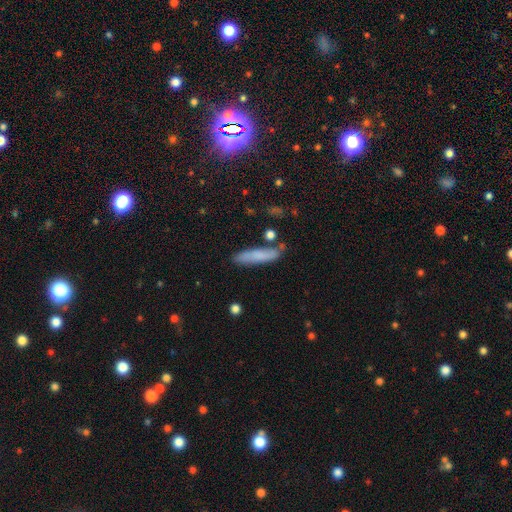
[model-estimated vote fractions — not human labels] Overall: smooth (77%). How rounded: cigar-shaped (79%). Merging: none (77%).